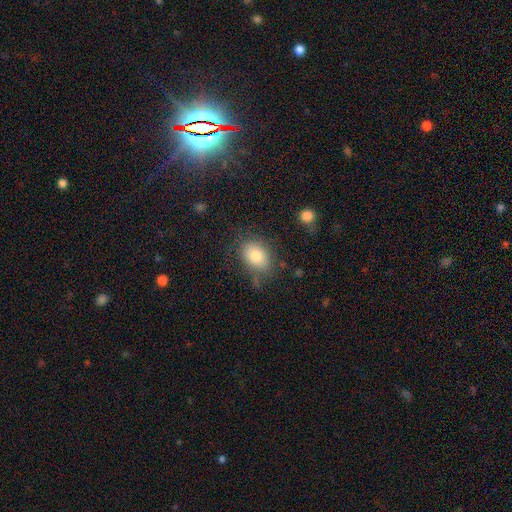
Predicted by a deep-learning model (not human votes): Q: Smooth or featured?
A: smooth (80%); runner-up: featured or disk (10%)
Q: How rounded?
A: in between (64%); runner-up: round (35%)
Q: Merging?
A: none (70%); runner-up: minor disturbance (20%)